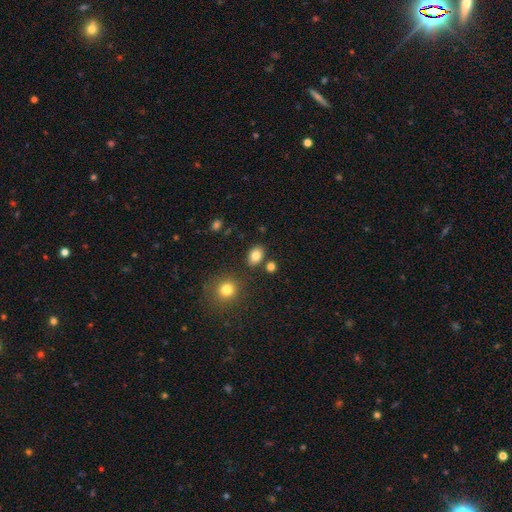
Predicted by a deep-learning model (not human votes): Smooth or featured? Predicted: smooth (p=0.83). How rounded? Predicted: in between (p=0.74). Merging? Predicted: none (p=0.81).